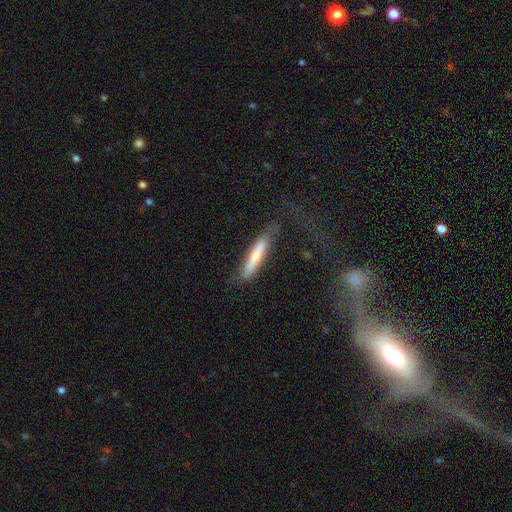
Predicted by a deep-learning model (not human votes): Smooth or featured: smooth — 67% (featured or disk — 27%)
How rounded: cigar-shaped — 91% (in between — 8%)
Merging: none — 64% (minor disturbance — 21%)